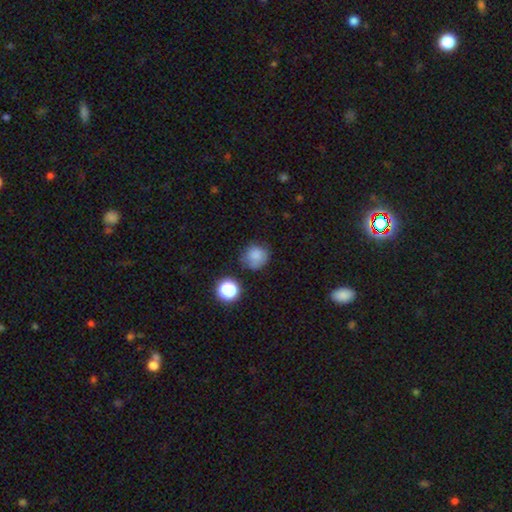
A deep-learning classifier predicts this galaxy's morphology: A smooth galaxy with no disk features (80%) that is round (88%). Merging: none (67%).